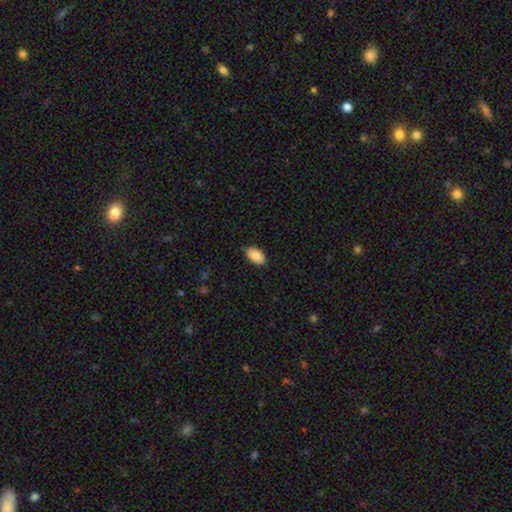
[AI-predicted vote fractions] smooth_or_featured: smooth (p=0.87) [alt: star or artifact p=0.07]
how_rounded: in between (p=0.93) [alt: round p=0.05]
merging: none (p=0.78) [alt: minor disturbance p=0.19]